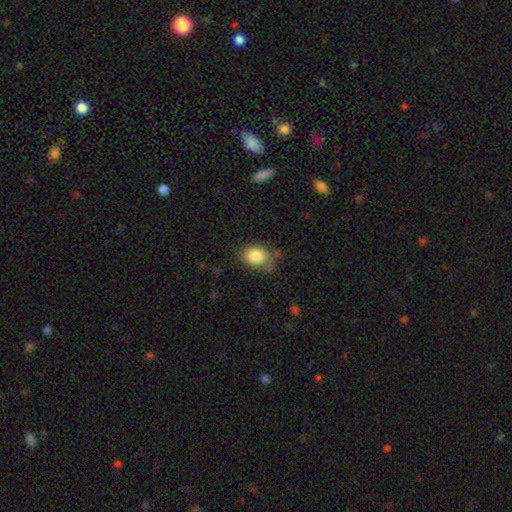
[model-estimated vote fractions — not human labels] A smooth galaxy with no disk features (85%) that is in between round and cigar-shaped (55%).

Vote fractions:
- Smooth or featured? smooth: 85% / star or artifact: 9% / featured or disk: 6%
- How rounded? in between: 55% / round: 44% / cigar-shaped: 1%
- Merging? none: 64% / minor disturbance: 24% / major disturbance: 7% / merger: 5%